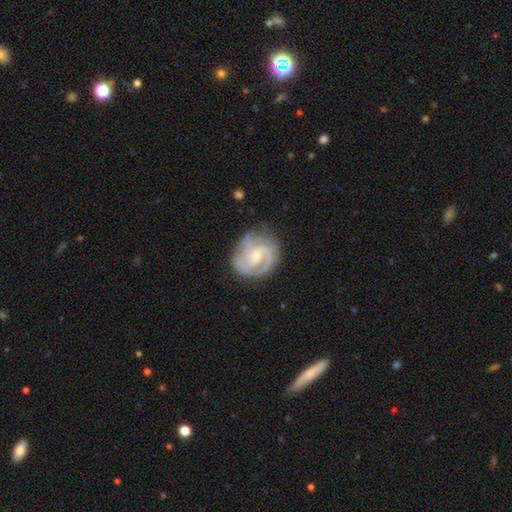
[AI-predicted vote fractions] The model was most divided on "spiral winding": tight: 47%, medium: 44%, loose: 9%. Remaining: edge-on disk — no (98%); spiral arms — yes (97%); smooth or featured — featured or disk (88%); merging — none (75%); bulge size — small (57%); bar — no (50%); spiral arm count — 2 (47%).